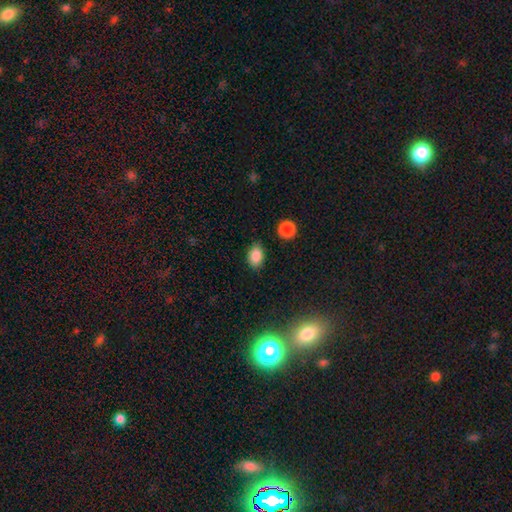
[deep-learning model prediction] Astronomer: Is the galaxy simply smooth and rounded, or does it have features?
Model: smooth — 87%.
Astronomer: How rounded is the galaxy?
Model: in between — 80%.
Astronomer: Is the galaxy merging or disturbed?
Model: none — 84%.